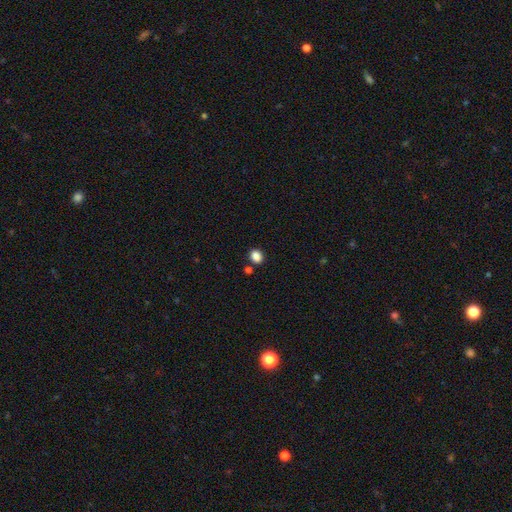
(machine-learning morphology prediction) smooth_or_featured: smooth (p=0.86) [alt: star or artifact p=0.10]
how_rounded: in between (p=0.52) [alt: round p=0.47]
merging: none (p=0.82) [alt: minor disturbance p=0.09]